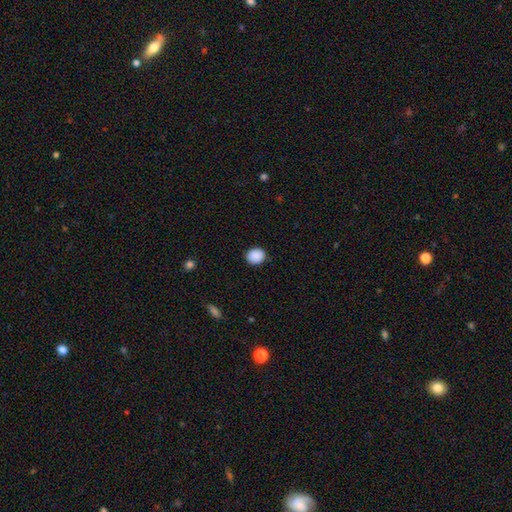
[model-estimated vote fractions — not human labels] The model was most divided on "how rounded": round: 68%, in between: 31%, cigar-shaped: 1%. More confident: smooth or featured — smooth (89%); merging — none (89%).